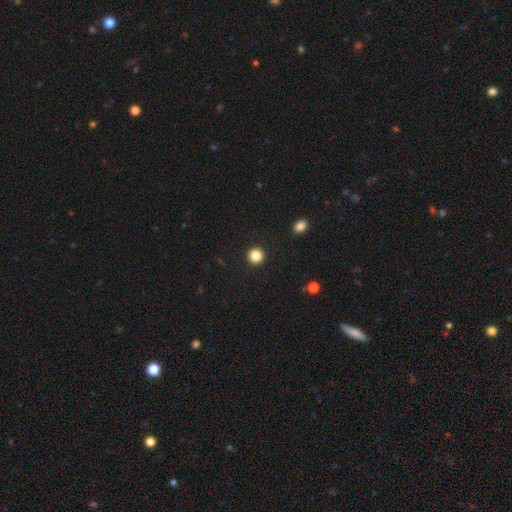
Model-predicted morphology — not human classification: The model was most divided on "smooth or featured": smooth: 86%, star or artifact: 11%, featured or disk: 4%. More confident: how rounded — round (95%); merging — none (93%).